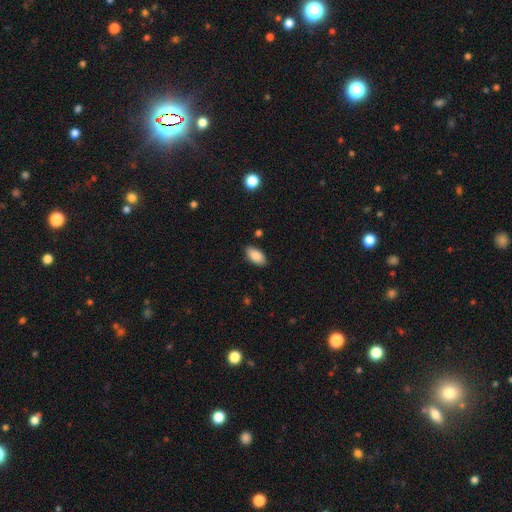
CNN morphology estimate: Smooth or featured?
  - smooth: 88% *
  - star or artifact: 7%
  - featured or disk: 5%
How rounded?
  - in between: 94% *
  - cigar-shaped: 4%
  - round: 3%
Merging?
  - none: 86% *
  - minor disturbance: 10%
  - major disturbance: 2%
  - merger: 1%